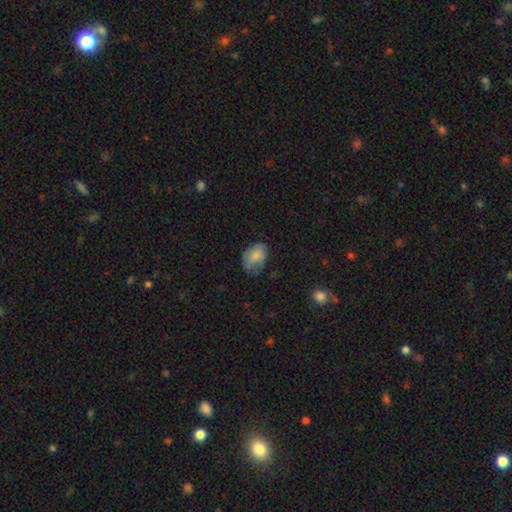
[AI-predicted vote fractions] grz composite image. It shows a smooth galaxy with no disk features (72%) that is in between round and cigar-shaped (78%). Merging: none (49%).